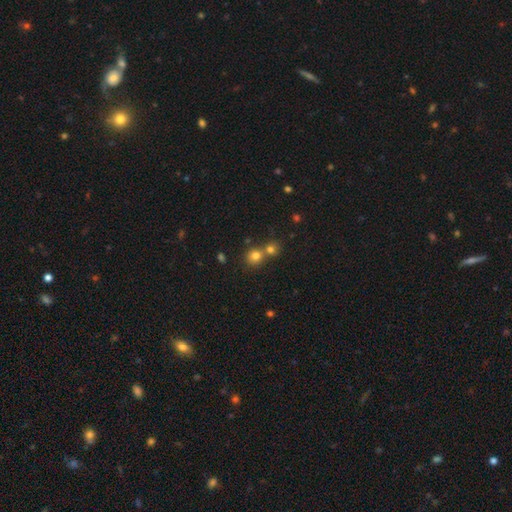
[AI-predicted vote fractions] Smooth or featured? Predicted: smooth (p=0.76). How rounded? Predicted: round (p=0.84). Merging? Predicted: none (p=0.51).